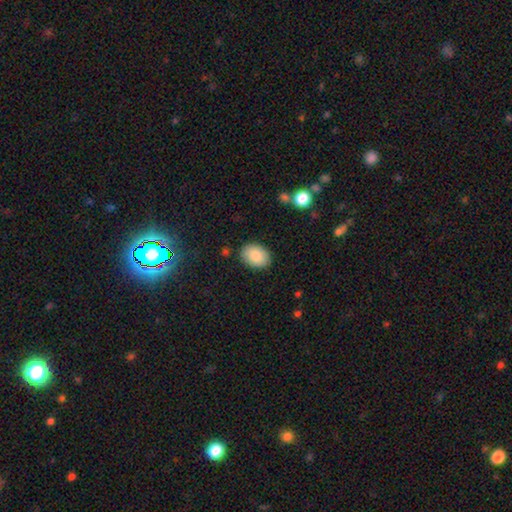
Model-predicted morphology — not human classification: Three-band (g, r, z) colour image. It shows a smooth galaxy with no disk features (87%) that is in between round and cigar-shaped (78%). Merging: none (86%).